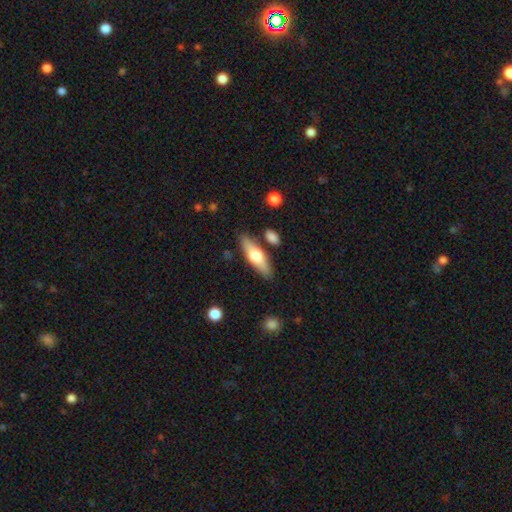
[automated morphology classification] Overall: smooth (53%; featured or disk 42%). How rounded: cigar-shaped (52%; in between 45%). Merging: none (82%).